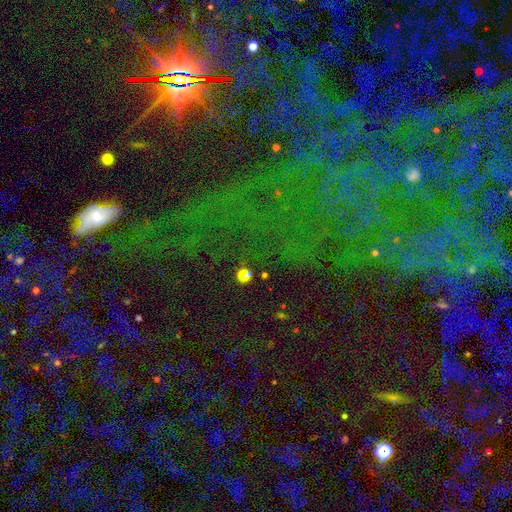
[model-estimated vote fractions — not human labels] This appears to be a star or artifact, not a galaxy (73%).